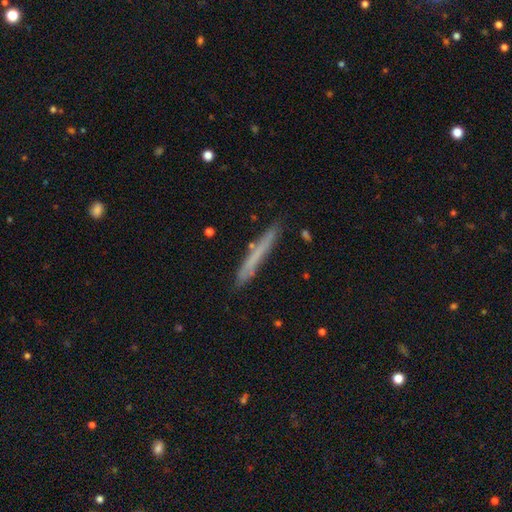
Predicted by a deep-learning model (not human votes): Morphology: type=smooth (56%); roundness=cigar-shaped (97%); merging=none (86%).